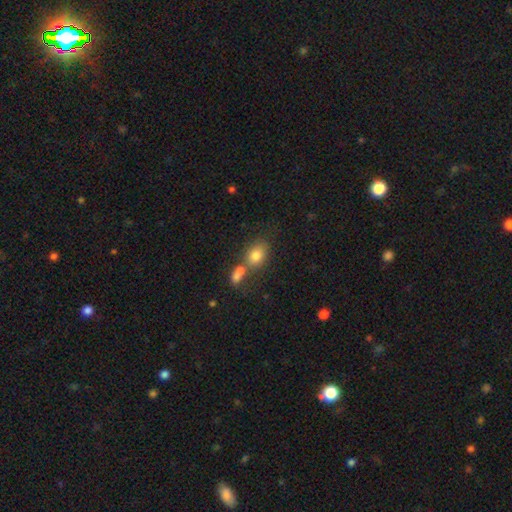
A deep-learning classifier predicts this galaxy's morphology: This appears to be a smooth galaxy with no disk features (78%) that is in between round and cigar-shaped (69%). Merging: none (46%).